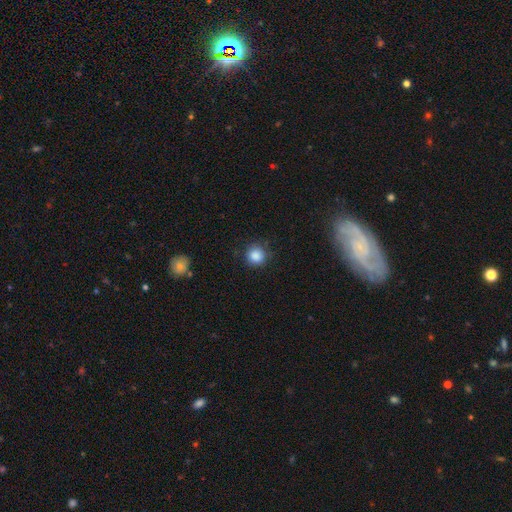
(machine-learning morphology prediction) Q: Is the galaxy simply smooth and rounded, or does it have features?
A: smooth — 87%.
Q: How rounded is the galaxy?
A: round — 91%.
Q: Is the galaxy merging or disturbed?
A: none — 82%.